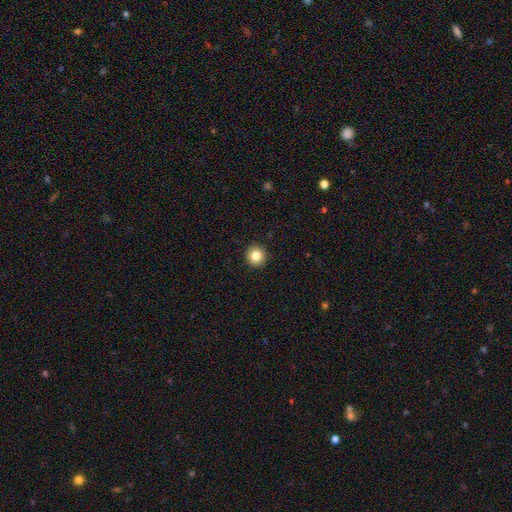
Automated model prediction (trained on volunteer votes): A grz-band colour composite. It shows a smooth galaxy with no disk features (83%) that is round (93%). Merging: none (93%).